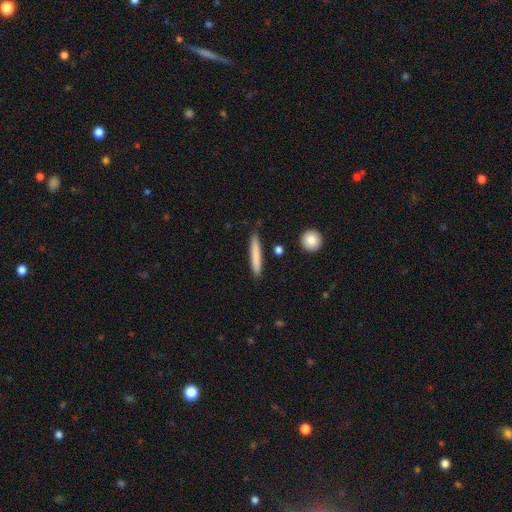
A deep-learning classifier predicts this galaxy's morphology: Q: Smooth or featured?
A: smooth (78%); runner-up: featured or disk (17%)
Q: How rounded?
A: cigar-shaped (94%); runner-up: in between (4%)
Q: Merging?
A: none (88%); runner-up: minor disturbance (9%)